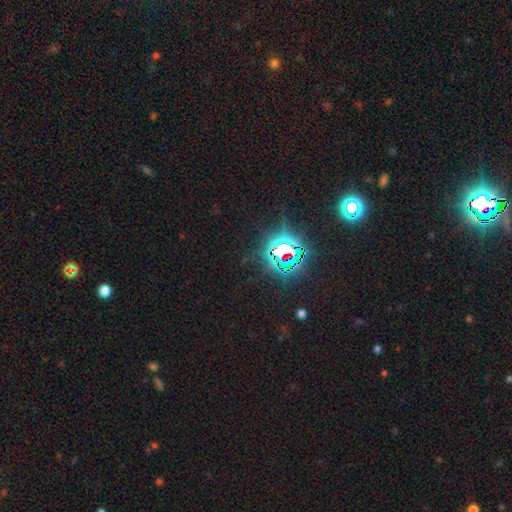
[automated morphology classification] This is clearly a star or artifact rather than a galaxy (82%).